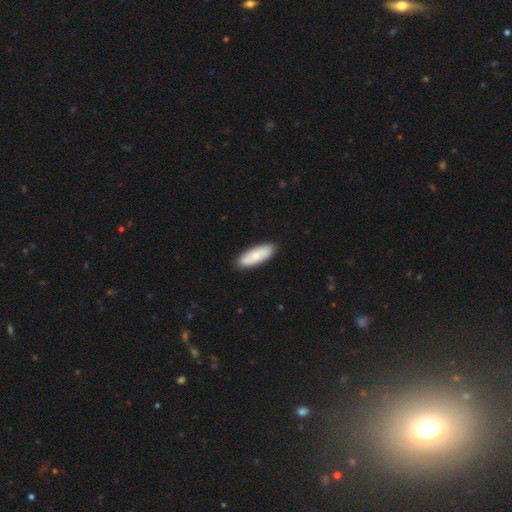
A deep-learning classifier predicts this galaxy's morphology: smooth 71%, featured or disk 24%, star or artifact 5%. Down the decision tree: how rounded — in between (65%); merging — none (89%).